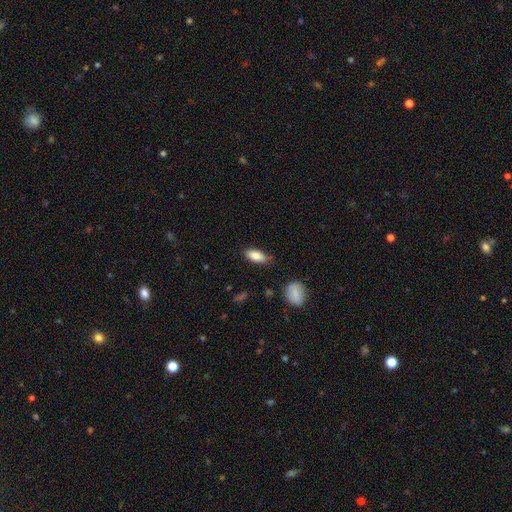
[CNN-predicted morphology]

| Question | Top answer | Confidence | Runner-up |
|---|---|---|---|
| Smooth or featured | smooth | 84% | featured or disk (10%) |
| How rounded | in between | 85% | cigar-shaped (12%) |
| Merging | none | 75% | minor disturbance (19%) |